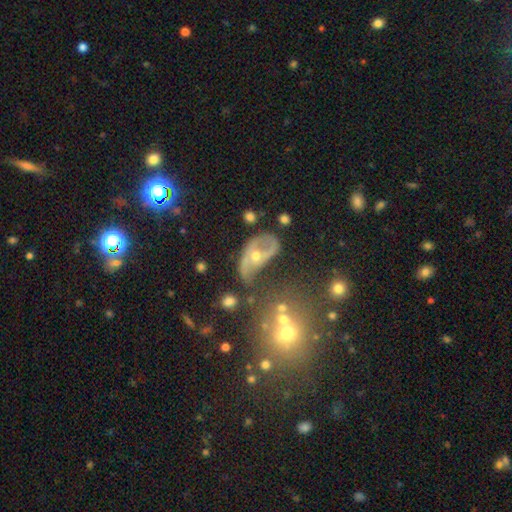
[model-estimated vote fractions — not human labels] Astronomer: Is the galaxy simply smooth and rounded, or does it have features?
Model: featured or disk — 68%.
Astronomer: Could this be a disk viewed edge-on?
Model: no — 95%.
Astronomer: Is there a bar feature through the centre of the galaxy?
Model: no — 70%.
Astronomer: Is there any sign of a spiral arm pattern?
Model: yes — 63%.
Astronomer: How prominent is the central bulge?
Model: moderate — 49% (runner-up: small, 45%).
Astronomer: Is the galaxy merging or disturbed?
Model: major disturbance — 36% (runner-up: none, 29%).